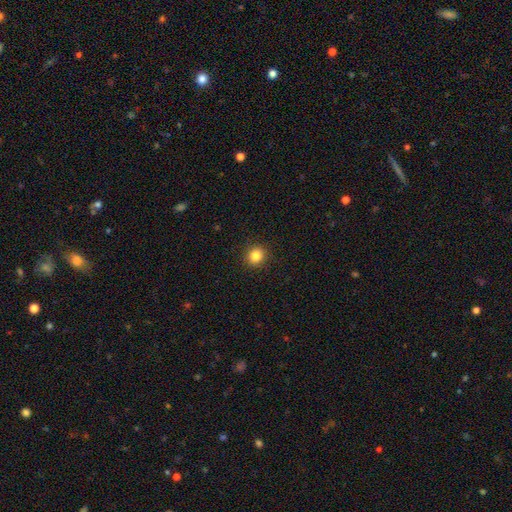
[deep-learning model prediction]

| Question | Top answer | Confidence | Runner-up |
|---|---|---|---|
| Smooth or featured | smooth | 84% | star or artifact (11%) |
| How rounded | round | 87% | in between (12%) |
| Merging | none | 92% | minor disturbance (6%) |